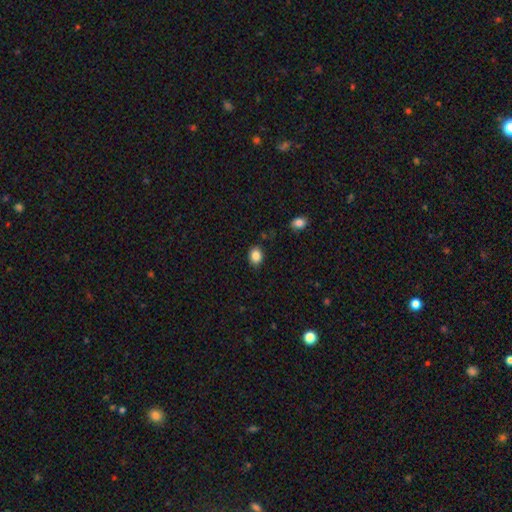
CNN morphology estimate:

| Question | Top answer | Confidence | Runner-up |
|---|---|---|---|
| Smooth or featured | smooth | 87% | star or artifact (9%) |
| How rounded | in between | 58% | round (41%) |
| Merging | none | 85% | minor disturbance (11%) |